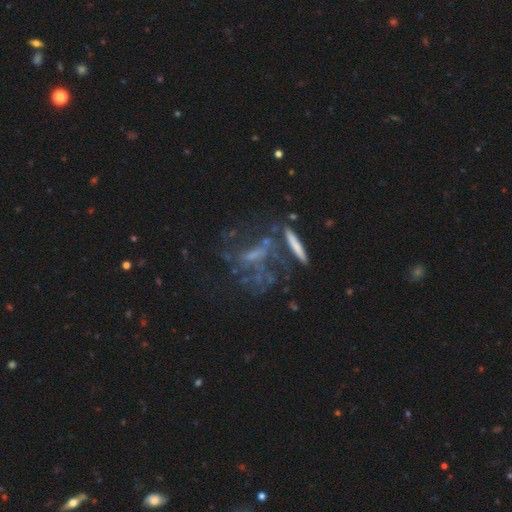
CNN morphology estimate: type=featured or disk (62%); edge-on=no (81%); merging=none (39%).